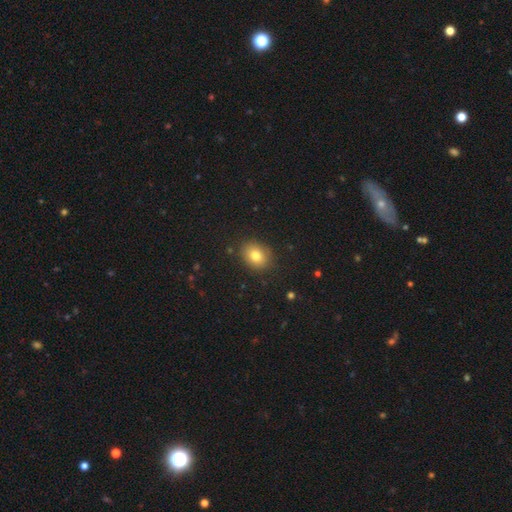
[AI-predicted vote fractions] Morphology: type=smooth (80%); roundness=in between (53%); merging=none (86%).